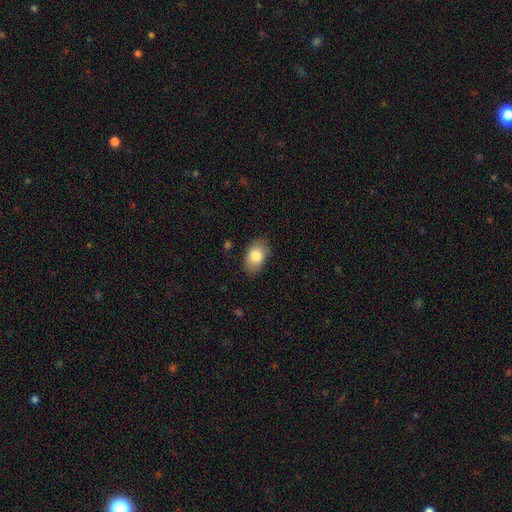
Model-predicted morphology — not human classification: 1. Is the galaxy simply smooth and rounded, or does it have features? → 83% smooth, 10% featured or disk, 7% star or artifact.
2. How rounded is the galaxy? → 89% in between, 10% round, 1% cigar-shaped.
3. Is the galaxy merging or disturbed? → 79% none, 16% minor disturbance, 3% major disturbance, 1% merger.